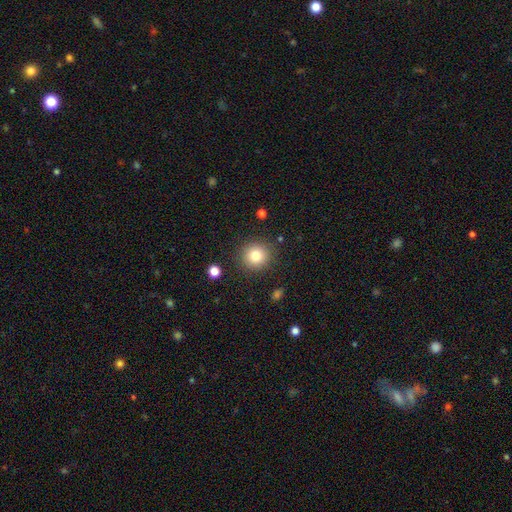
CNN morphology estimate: smooth 81%, star or artifact 11%, featured or disk 8%. Down the decision tree: how rounded — round (91%); merging — none (88%).